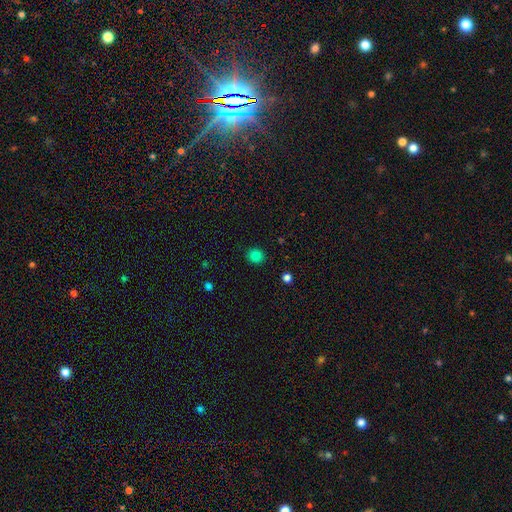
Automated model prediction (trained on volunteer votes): smooth_or_featured: smooth (p=0.83) [alt: star or artifact p=0.13]
how_rounded: round (p=0.83) [alt: in between p=0.16]
merging: none (p=0.90) [alt: minor disturbance p=0.07]